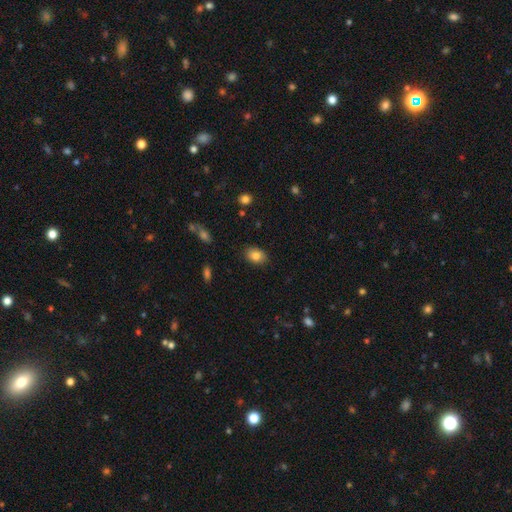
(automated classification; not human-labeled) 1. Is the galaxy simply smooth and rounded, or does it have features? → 83% smooth, 9% star or artifact, 8% featured or disk.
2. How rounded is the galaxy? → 76% in between, 23% round, 1% cigar-shaped.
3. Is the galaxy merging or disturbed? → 87% none, 10% minor disturbance, 2% major disturbance, 1% merger.